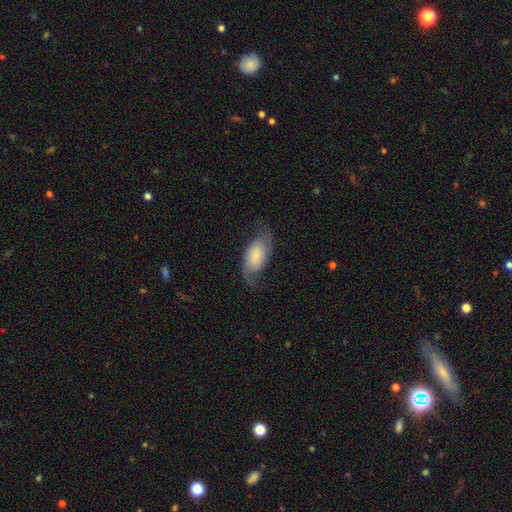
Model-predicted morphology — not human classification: Overall: featured or disk (56%; smooth 37%). Edge-on disk: no (94%). Bar: no (66%; weak 27%). Spiral arms: yes (90%). Bulge size: small (36%; none 23%). Merging: none (63%).